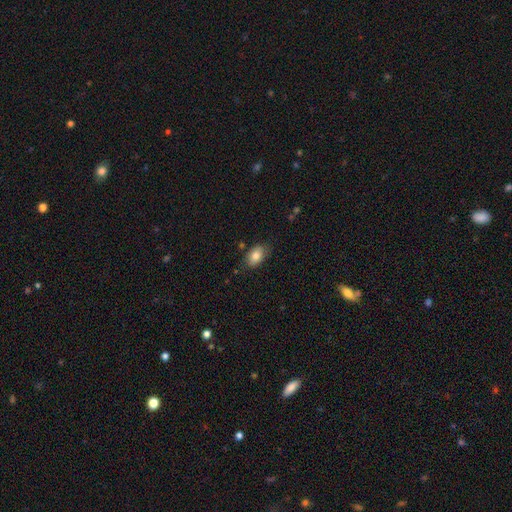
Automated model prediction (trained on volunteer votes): Smooth or featured? smooth (81%)
How rounded? in between (90%)
Merging? none (76%)